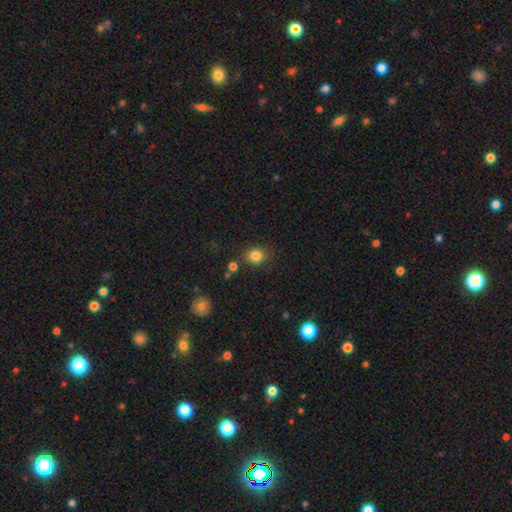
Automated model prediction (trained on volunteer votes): This is clearly a smooth galaxy (83%). How rounded: likely round (66%). Merging: likely none (80%).